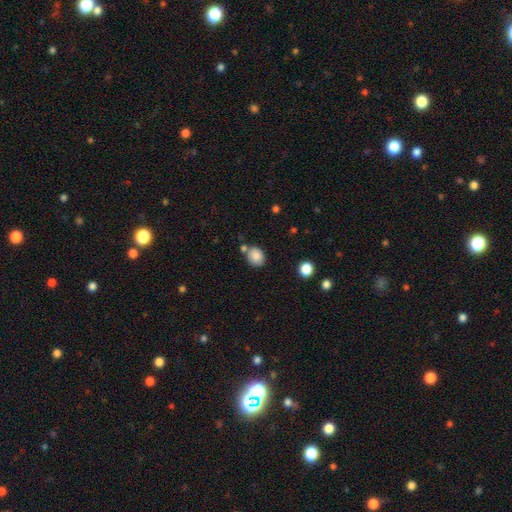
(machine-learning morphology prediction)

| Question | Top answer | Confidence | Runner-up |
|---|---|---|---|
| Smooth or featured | smooth | 86% | star or artifact (9%) |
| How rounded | round | 54% | in between (45%) |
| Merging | none | 70% | minor disturbance (13%) |